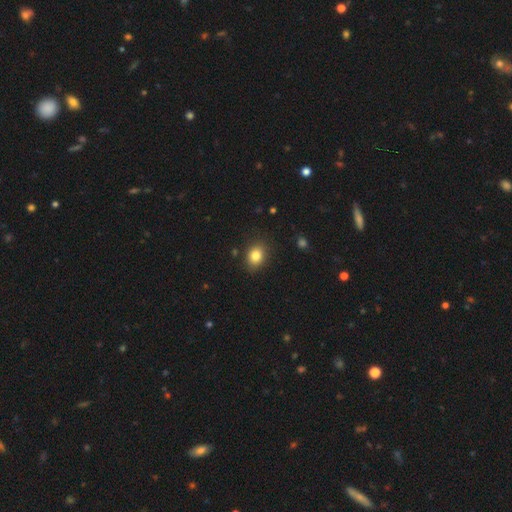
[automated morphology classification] A smooth galaxy with no disk features (83%) that is in between round and cigar-shaped (54%). Merging: none (85%).